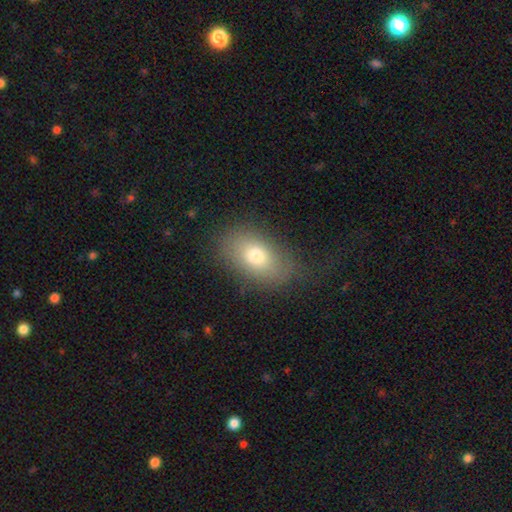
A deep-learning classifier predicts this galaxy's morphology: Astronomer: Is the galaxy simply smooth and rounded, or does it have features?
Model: smooth — 73%.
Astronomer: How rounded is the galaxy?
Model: in between — 86%.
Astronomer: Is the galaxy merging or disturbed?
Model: none — 70%.